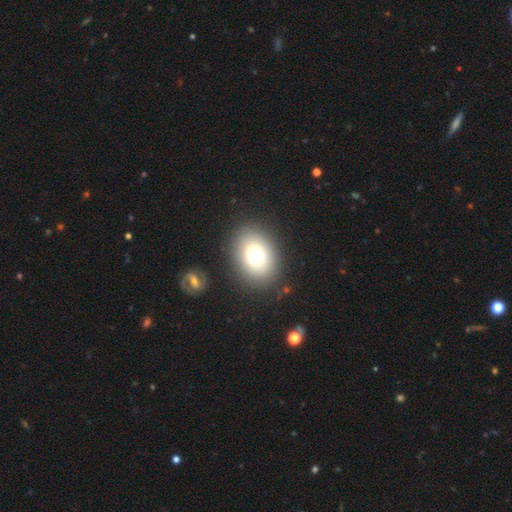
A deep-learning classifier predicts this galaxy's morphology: type=smooth (72%); roundness=in between (61%); merging=none (84%).